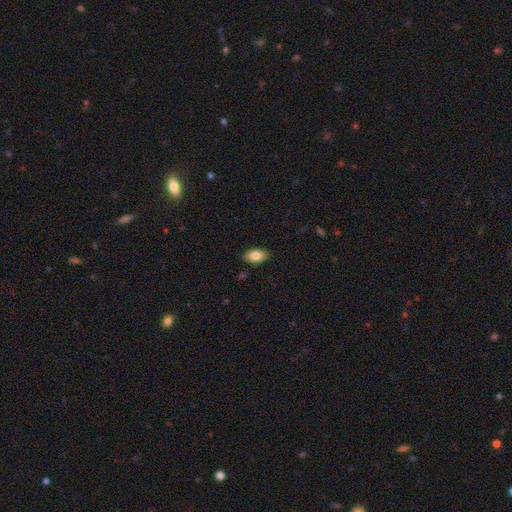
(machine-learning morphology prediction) This is clearly a smooth galaxy (81%). How rounded: clearly in between (91%). Merging: clearly none (87%).